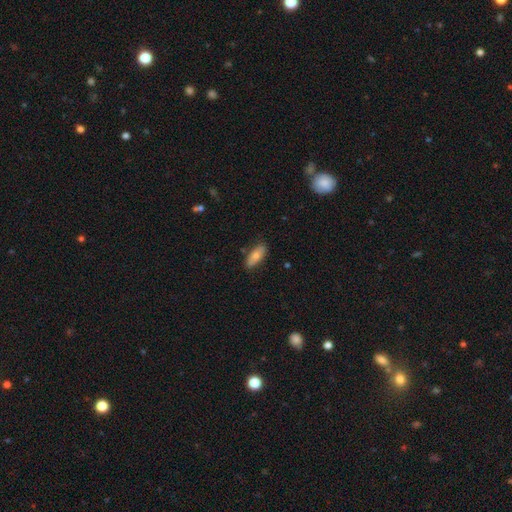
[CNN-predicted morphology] smooth_or_featured: smooth (p=0.72) [alt: featured or disk p=0.22]
how_rounded: in between (p=0.75) [alt: cigar-shaped p=0.23]
merging: none (p=0.84) [alt: minor disturbance p=0.13]